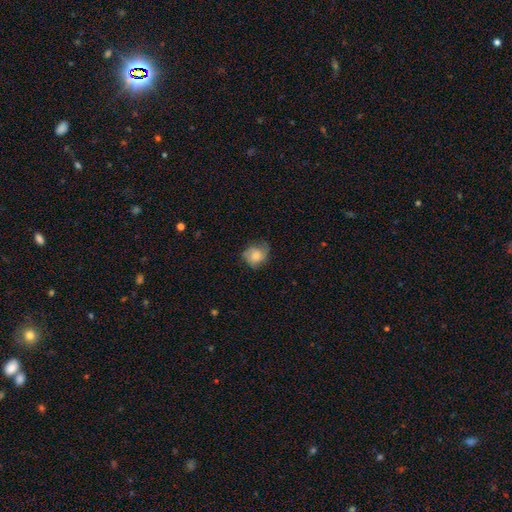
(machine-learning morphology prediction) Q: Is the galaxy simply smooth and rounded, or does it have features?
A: smooth — 56%.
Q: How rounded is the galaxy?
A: round — 65%.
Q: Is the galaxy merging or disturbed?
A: none — 61%.